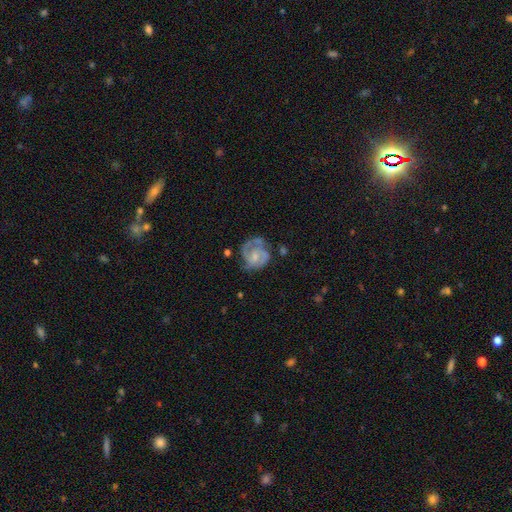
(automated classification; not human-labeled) smooth_or_featured: featured or disk (p=0.81) [alt: smooth p=0.14]
disk_edge_on: no (p=0.98) [alt: yes p=0.02]
bar: no (p=0.60) [alt: weak p=0.34]
has_spiral_arms: yes (p=0.93) [alt: no p=0.07]
spiral_winding: tight (p=0.45) [alt: medium p=0.44]
spiral_arm_count: 2 (p=0.55) [alt: 3 p=0.21]
bulge_size: small (p=0.51) [alt: moderate p=0.34]
merging: none (p=0.58) [alt: minor disturbance p=0.24]